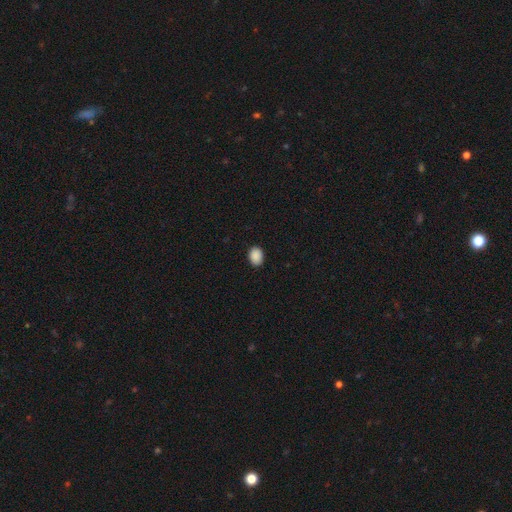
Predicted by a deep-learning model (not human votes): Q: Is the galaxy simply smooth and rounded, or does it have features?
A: smooth — 90%.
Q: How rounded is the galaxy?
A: in between — 68%.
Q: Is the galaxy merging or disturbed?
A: none — 89%.